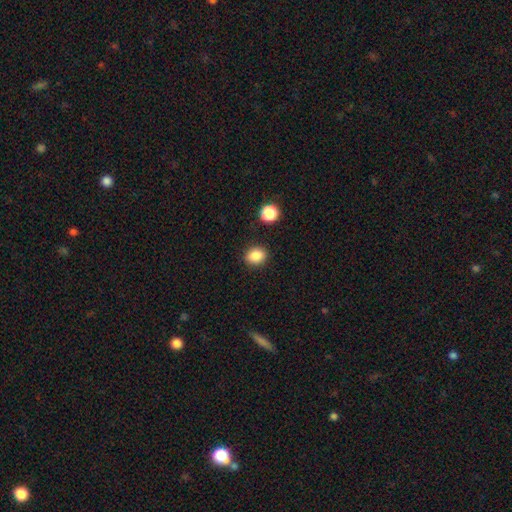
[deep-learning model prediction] A smooth galaxy with no disk features (87%) that is round (51%).

Vote fractions:
- Smooth or featured? smooth: 87% / star or artifact: 10% / featured or disk: 4%
- How rounded? round: 51% / in between: 48% / cigar-shaped: 1%
- Merging? none: 87% / minor disturbance: 8% / major disturbance: 2% / merger: 2%